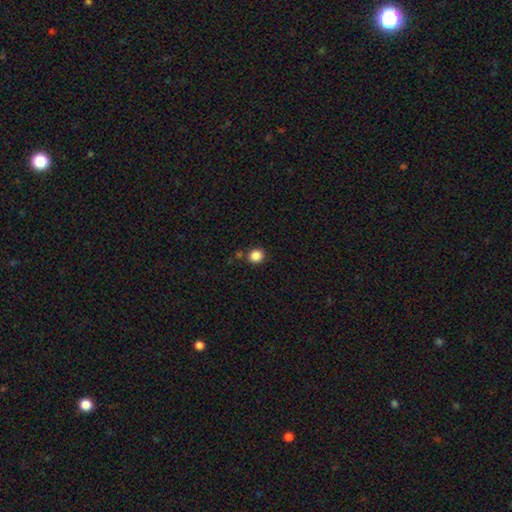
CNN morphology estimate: Smooth or featured?
  - smooth: 86% *
  - star or artifact: 11%
  - featured or disk: 3%
How rounded?
  - round: 84% *
  - in between: 15%
  - cigar-shaped: 1%
Merging?
  - none: 83% *
  - minor disturbance: 9%
  - merger: 6%
  - major disturbance: 3%